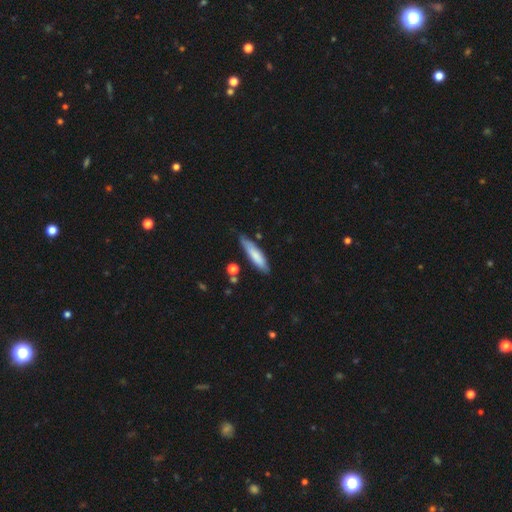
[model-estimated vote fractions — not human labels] A smooth galaxy with no disk features (73%) that is cigar-shaped (74%).

Vote fractions:
- Smooth or featured? smooth: 73% / featured or disk: 21% / star or artifact: 6%
- How rounded? cigar-shaped: 74% / in between: 25% / round: 1%
- Merging? none: 70% / minor disturbance: 22% / major disturbance: 4% / merger: 4%